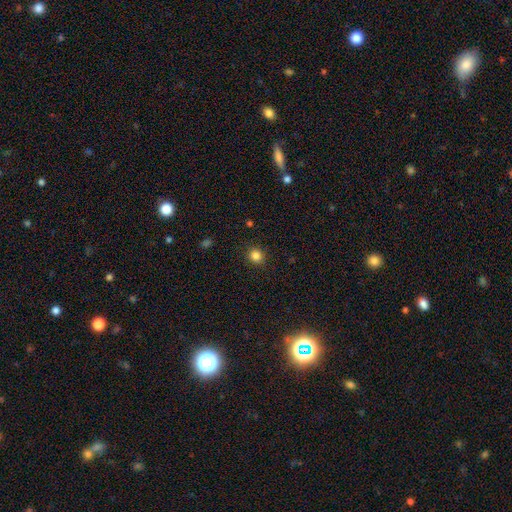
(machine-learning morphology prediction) smooth-or-featured: smooth: 84% | star or artifact: 12% | featured or disk: 4%
  how-rounded: round: 88% | in between: 11% | cigar-shaped: 1%
  merging: none: 91% | minor disturbance: 6% | major disturbance: 2% | merger: 1%